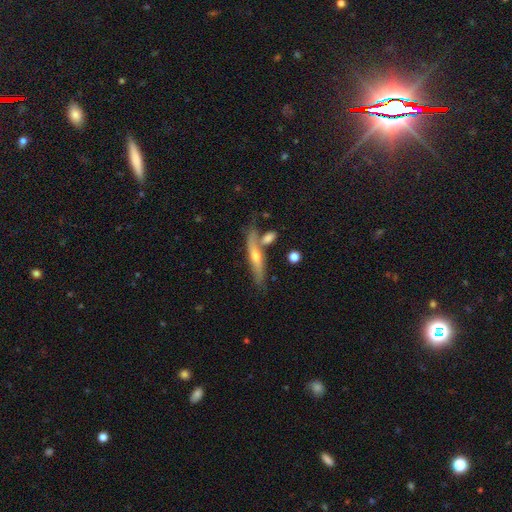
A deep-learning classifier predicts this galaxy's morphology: The model was most divided on "smooth or featured": featured or disk: 61%, smooth: 33%, star or artifact: 7%. More confident: edge-on disk — yes (84%); edge-on bulge — rounded (82%); merging — none (60%).